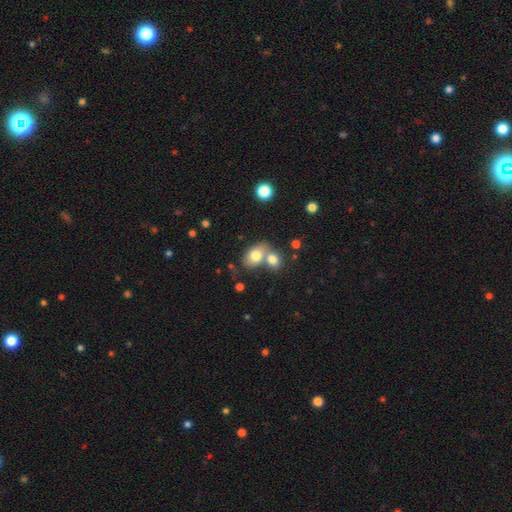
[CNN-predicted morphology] Smooth or featured? smooth (77%)
How rounded? in between (75%)
Merging? merger (49%)